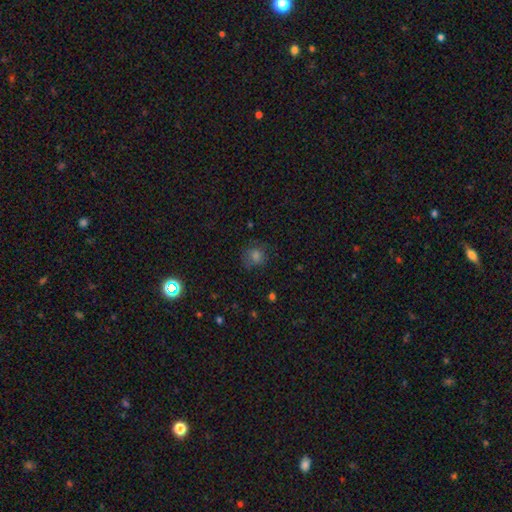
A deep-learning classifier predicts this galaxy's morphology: smooth_or_featured: smooth (p=0.67) [alt: star or artifact p=0.25]
how_rounded: round (p=0.84) [alt: in between p=0.15]
merging: none (p=0.76) [alt: minor disturbance p=0.17]